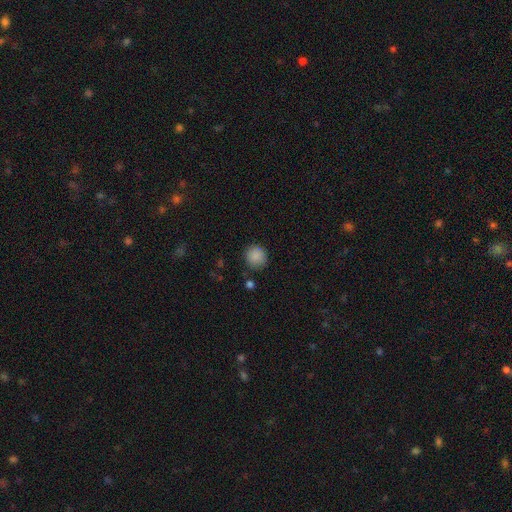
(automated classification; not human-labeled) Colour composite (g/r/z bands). It shows a smooth galaxy with no disk features (88%) that is round (89%). Merging: none (84%).